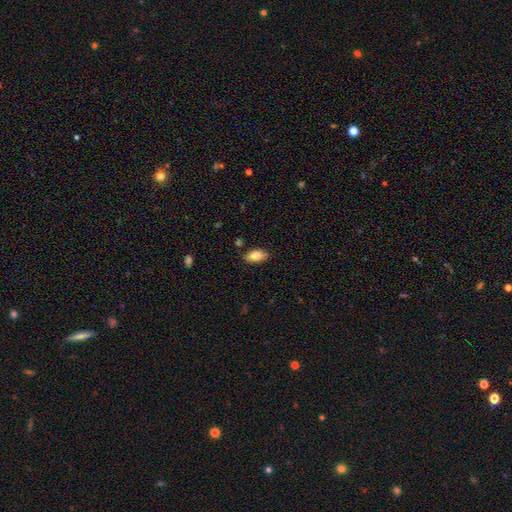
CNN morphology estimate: type=smooth (83%); roundness=in between (92%); merging=none (84%).